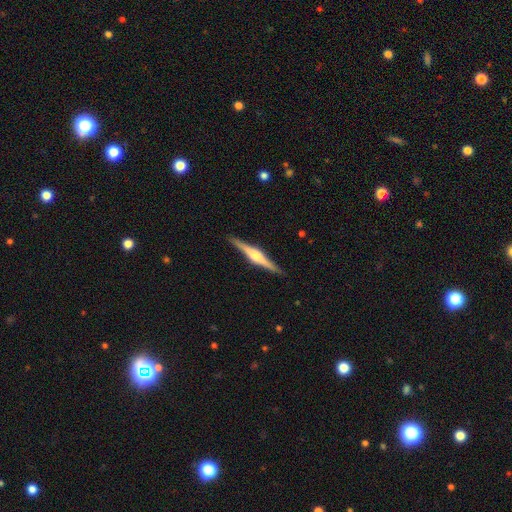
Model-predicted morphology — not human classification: The model was most divided on "smooth or featured": featured or disk: 76%, smooth: 19%, star or artifact: 5%. More confident: edge-on disk — yes (98%); merging — none (91%); edge-on bulge — rounded (84%).